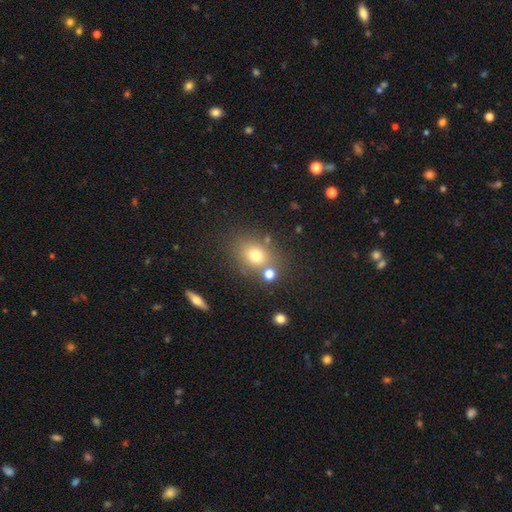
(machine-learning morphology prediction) Smooth or featured? smooth (72%)
How rounded? round (53%)
Merging? none (70%)